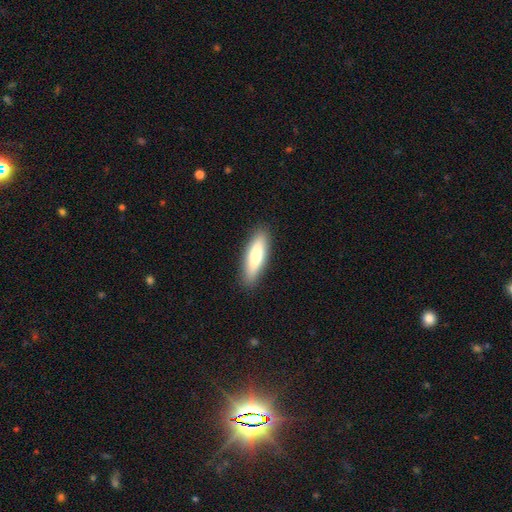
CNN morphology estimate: smooth_or_featured: smooth (p=0.75) [alt: featured or disk p=0.19]
how_rounded: cigar-shaped (p=0.60) [alt: in between p=0.38]
merging: none (p=0.89) [alt: minor disturbance p=0.08]